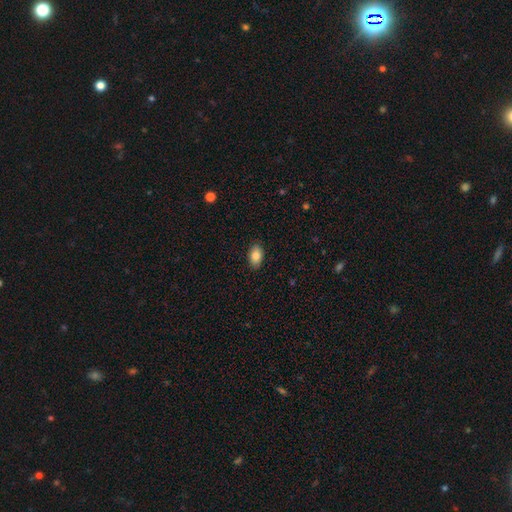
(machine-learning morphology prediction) This is clearly a smooth galaxy (85%). How rounded: clearly in between (92%). Merging: clearly none (89%).